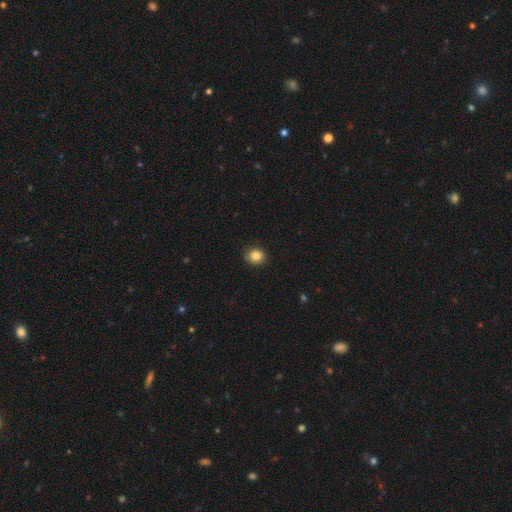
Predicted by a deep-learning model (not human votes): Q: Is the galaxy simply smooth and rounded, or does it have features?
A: smooth — 85%.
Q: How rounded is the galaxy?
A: round — 79%.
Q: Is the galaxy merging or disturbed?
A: none — 83%.